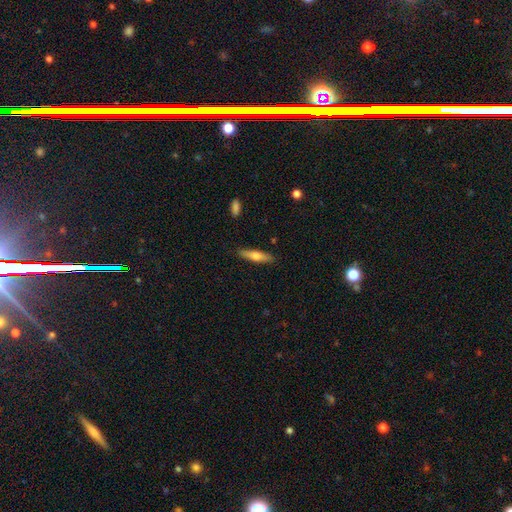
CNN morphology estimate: This appears to be a smooth galaxy with no disk features (59%) that is cigar-shaped (77%). Merging: none (87%).